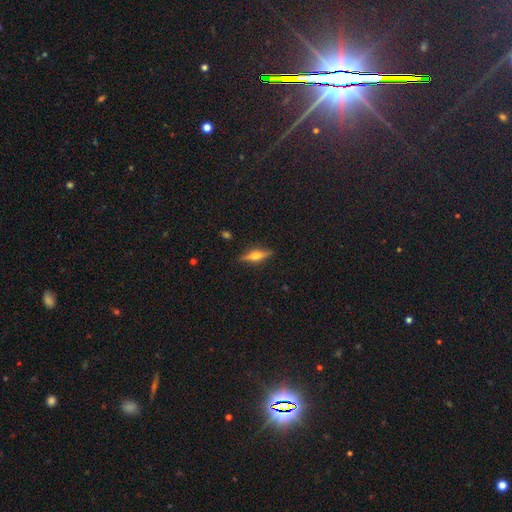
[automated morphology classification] This is likely a featured or disk galaxy (64%). It is clearly viewed edge-on (96%). Edge-on bulge: clearly rounded (91%). Merging: clearly none (88%).